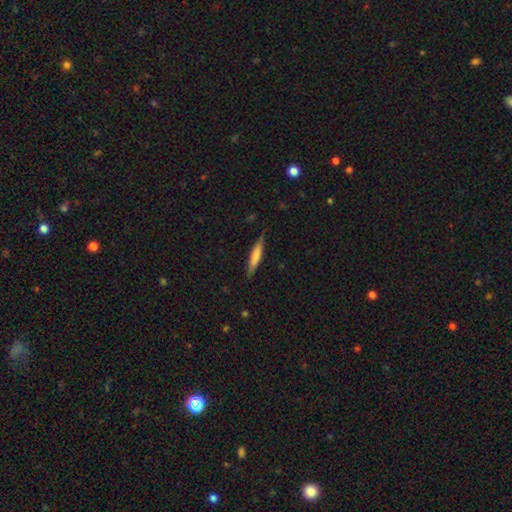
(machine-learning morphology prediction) Q: Smooth or featured?
A: smooth (63%); runner-up: featured or disk (31%)
Q: How rounded?
A: cigar-shaped (88%); runner-up: in between (11%)
Q: Merging?
A: none (82%); runner-up: minor disturbance (14%)